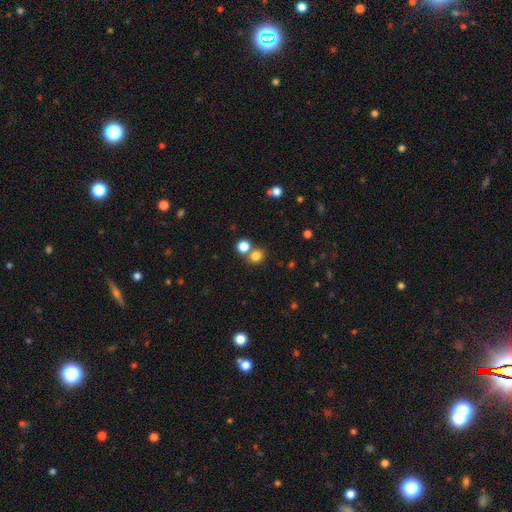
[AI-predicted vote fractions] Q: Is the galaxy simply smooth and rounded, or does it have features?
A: smooth — 80%.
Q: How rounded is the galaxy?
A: round — 78%.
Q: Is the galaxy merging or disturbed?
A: none — 62%.